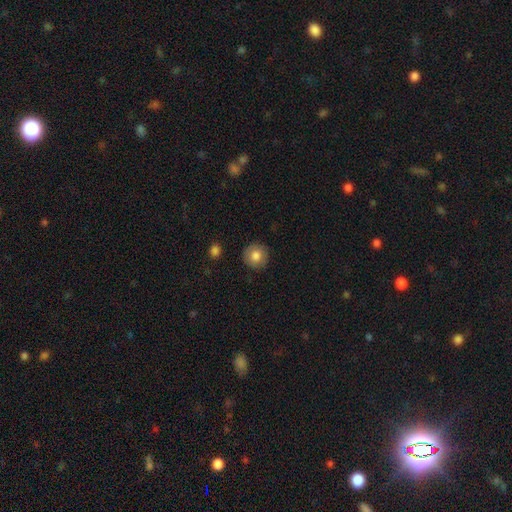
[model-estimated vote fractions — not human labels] smooth 82%, featured or disk 10%, star or artifact 8%. Down the decision tree: how rounded — round (93%); merging — none (89%).